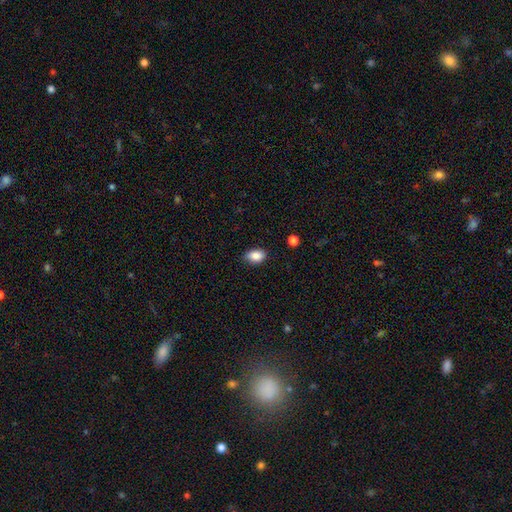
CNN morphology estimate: The model was most divided on "merging": none: 80%, minor disturbance: 16%, major disturbance: 3%, merger: 1%. More confident: smooth or featured — smooth (87%); how rounded — in between (83%).